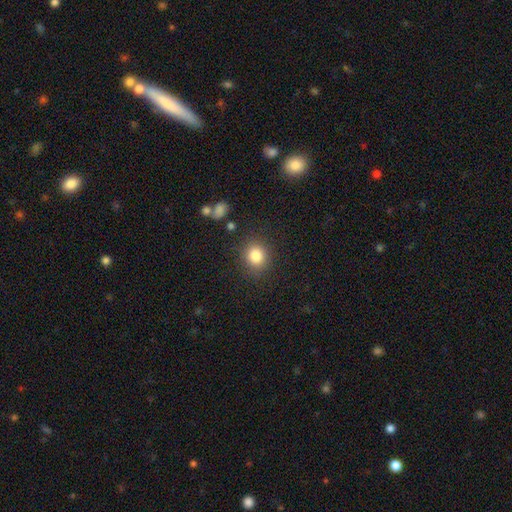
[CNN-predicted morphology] smooth-or-featured: smooth: 84% | star or artifact: 10% | featured or disk: 6%
  how-rounded: round: 75% | in between: 24% | cigar-shaped: 1%
  merging: none: 85% | minor disturbance: 9% | major disturbance: 4% | merger: 2%